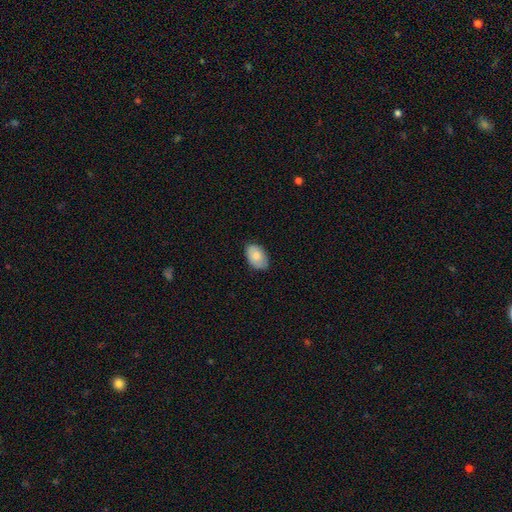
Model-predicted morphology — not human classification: Smooth or featured? Predicted: smooth (p=0.82). How rounded? Predicted: in between (p=0.90). Merging? Predicted: none (p=0.80).